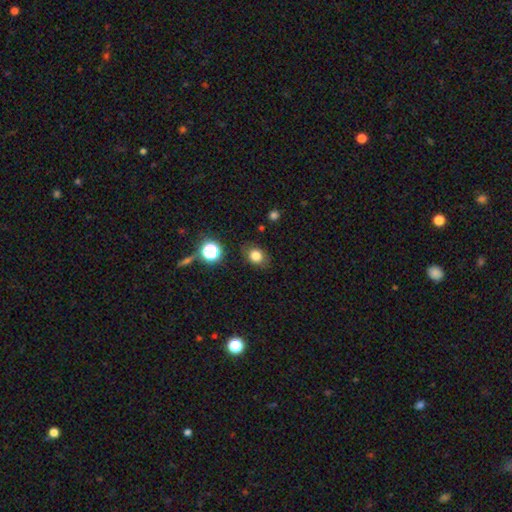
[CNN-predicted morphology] smooth_or_featured: smooth (p=0.79) [alt: star or artifact p=0.13]
how_rounded: in between (p=0.56) [alt: round p=0.43]
merging: none (p=0.81) [alt: minor disturbance p=0.13]